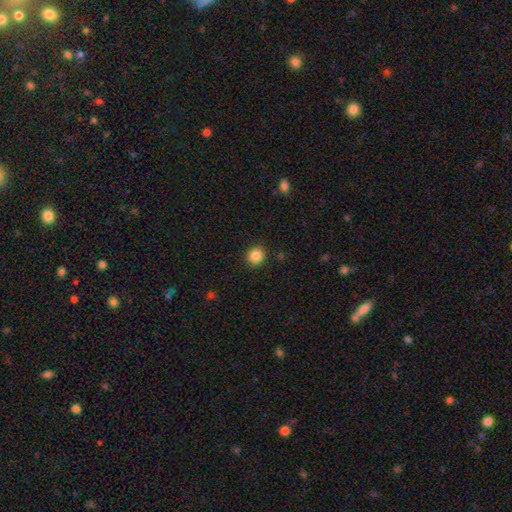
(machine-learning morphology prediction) This appears to be a smooth galaxy with no disk features (86%) that is round (90%). Merging: none (90%).